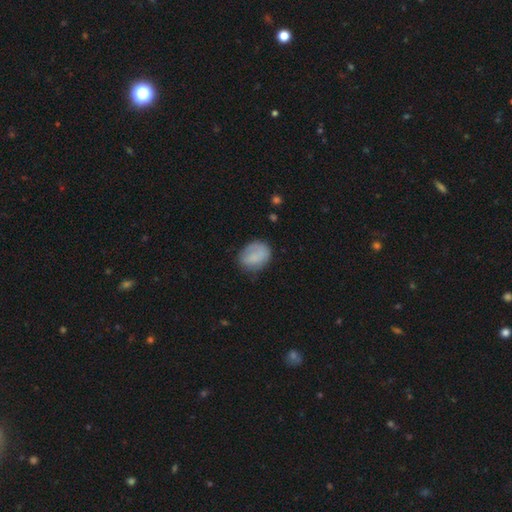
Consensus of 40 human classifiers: Smooth or featured?
  - smooth: 80% *
  - featured or disk: 15%
  - star or artifact: 5%
How rounded?
  - in between: 56% *
  - round: 44%
  - cigar-shaped: 0%
Merging?
  - none: 63% *
  - minor disturbance: 26%
  - major disturbance: 11%
  - merger: 0%